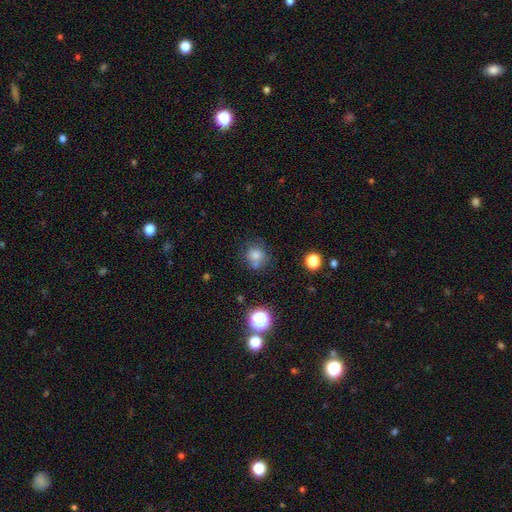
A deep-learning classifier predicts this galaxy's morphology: type=smooth (75%); roundness=round (84%); merging=none (60%).